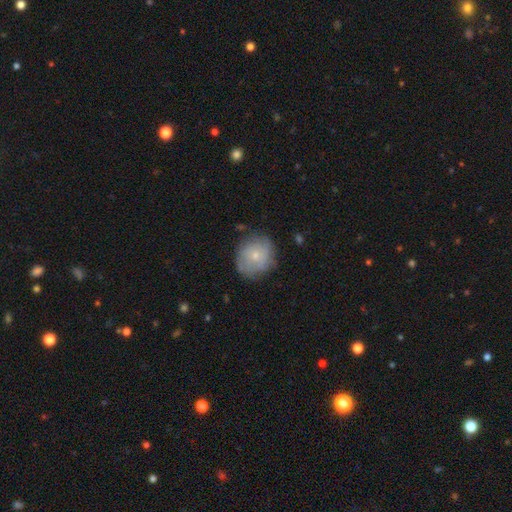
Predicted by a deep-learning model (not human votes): This appears to be a smooth galaxy with no disk features (53%) that is round (82%). Merging: none (73%).